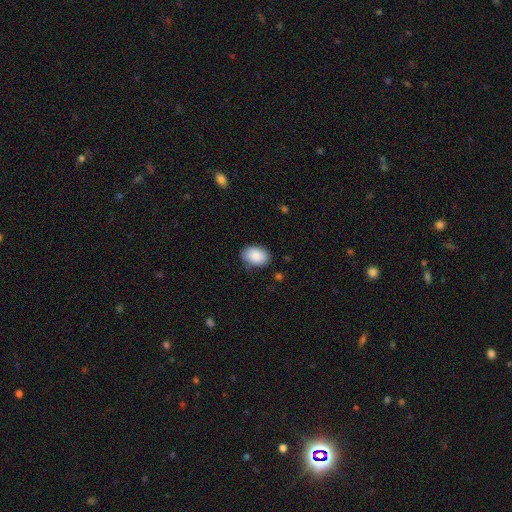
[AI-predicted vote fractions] smooth-or-featured: smooth: 88% | star or artifact: 6% | featured or disk: 5%
  how-rounded: in between: 85% | round: 14% | cigar-shaped: 1%
  merging: none: 82% | minor disturbance: 14% | major disturbance: 3% | merger: 1%